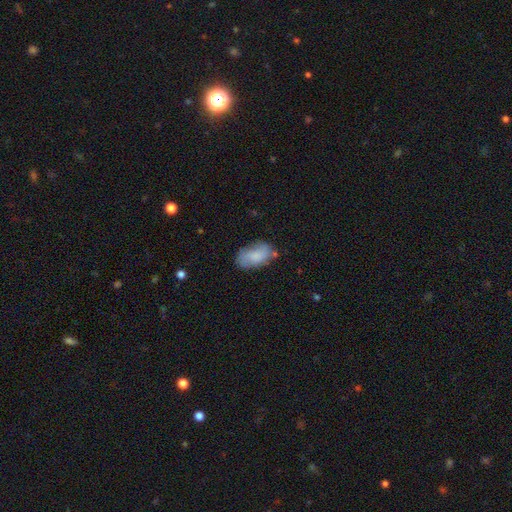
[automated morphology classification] The model was most divided on "merging": none: 62%, minor disturbance: 26%, major disturbance: 8%, merger: 5%. More confident: how rounded — in between (93%); smooth or featured — smooth (76%).